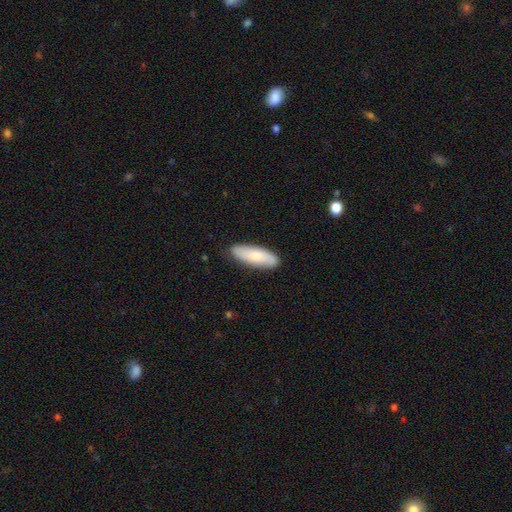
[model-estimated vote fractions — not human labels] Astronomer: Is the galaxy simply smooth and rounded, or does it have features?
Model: smooth — 76%.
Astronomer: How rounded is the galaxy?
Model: in between — 53% (runner-up: cigar-shaped, 46%).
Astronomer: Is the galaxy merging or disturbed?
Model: none — 86%.